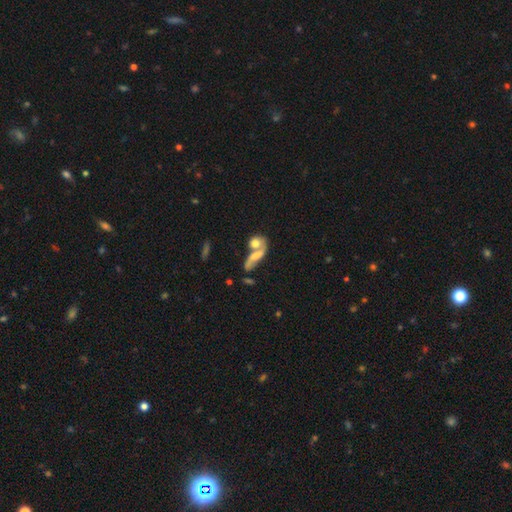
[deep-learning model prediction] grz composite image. It shows a featured or disk galaxy (52%). Merging: merger (51%).